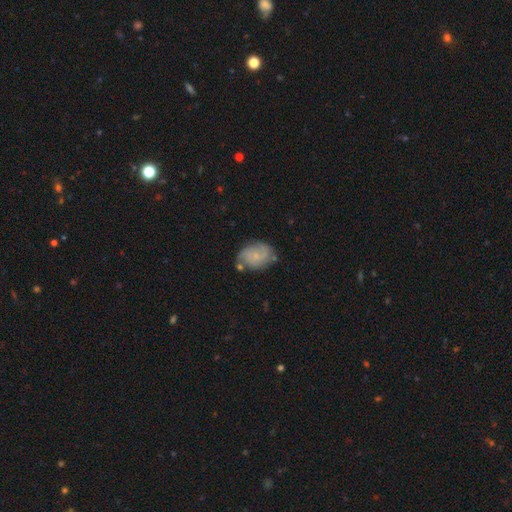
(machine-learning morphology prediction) Smooth or featured? Predicted: featured or disk (p=0.60). Edge-on disk? Predicted: no (p=0.97). Bar? Predicted: no (p=0.70). Spiral arms? Predicted: yes (p=0.88). Spiral winding? Predicted: medium (p=0.43). Spiral arm count? Predicted: 2 (p=0.53). Bulge size? Predicted: small (p=0.71). Merging? Predicted: none (p=0.63).